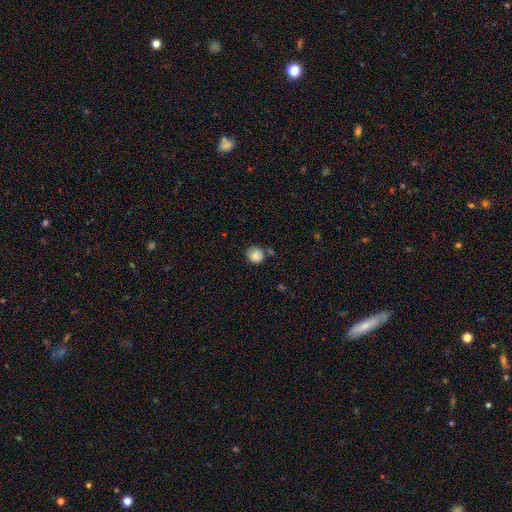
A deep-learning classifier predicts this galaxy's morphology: A smooth galaxy with no disk features (82%) that is round (83%).

Vote fractions:
- Smooth or featured? smooth: 82% / featured or disk: 9% / star or artifact: 8%
- How rounded? round: 83% / in between: 16% / cigar-shaped: 1%
- Merging? none: 67% / minor disturbance: 21% / merger: 8% / major disturbance: 5%